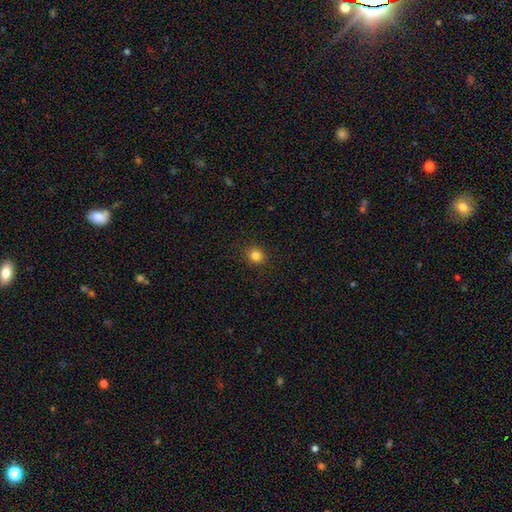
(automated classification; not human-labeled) This is clearly a smooth galaxy (82%). How rounded: clearly round (84%). Merging: clearly none (91%).